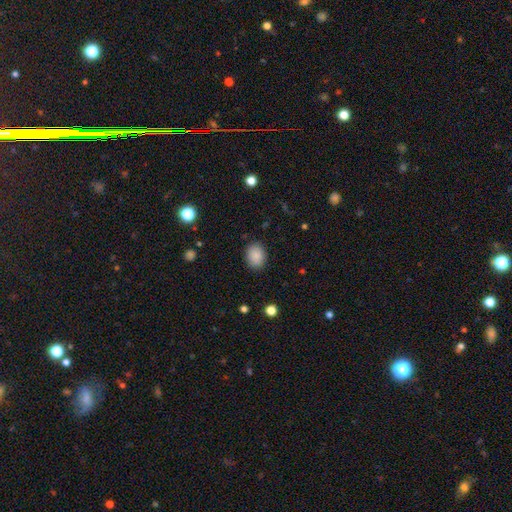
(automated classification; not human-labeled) This is clearly a smooth galaxy (88%). How rounded: likely in between (64%). Merging: clearly none (87%).